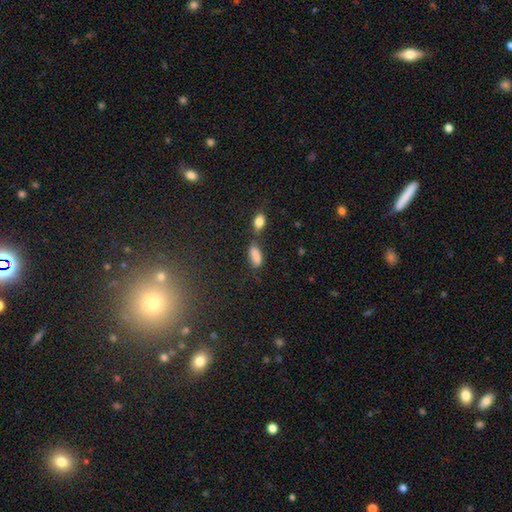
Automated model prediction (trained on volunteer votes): A smooth galaxy with no disk features (82%) that is in between round and cigar-shaped (75%). Merging: none (50%).